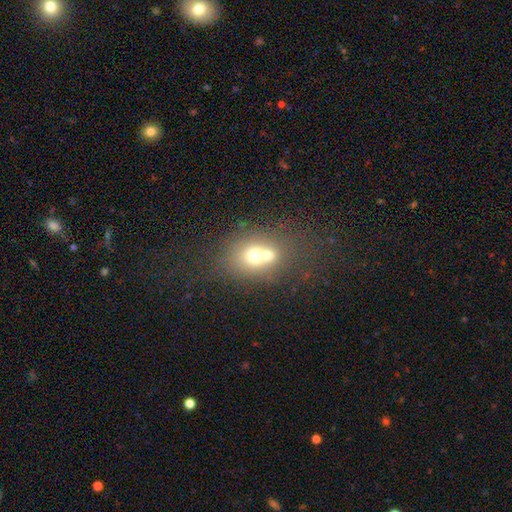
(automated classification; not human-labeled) A smooth galaxy with no disk features (63%) that is round (54%). Merging: merger (61%).